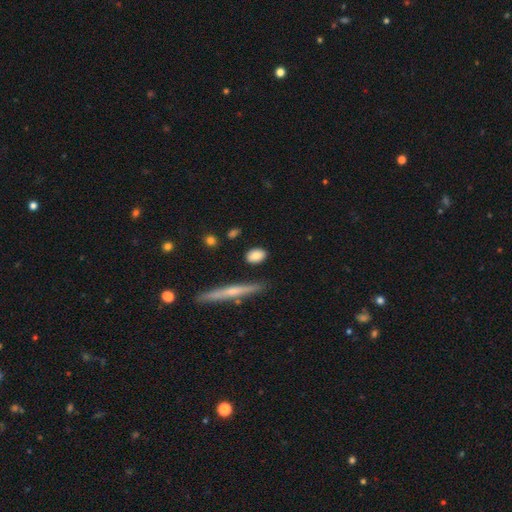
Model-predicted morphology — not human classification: smooth_or_featured: smooth (p=0.81) [alt: featured or disk p=0.12]
how_rounded: in between (p=0.74) [alt: round p=0.19]
merging: none (p=0.83) [alt: minor disturbance p=0.11]